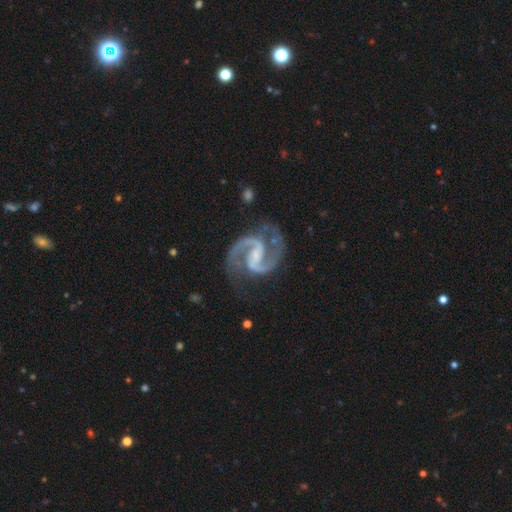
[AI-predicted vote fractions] Smooth or featured? featured or disk (95%)
Edge-on disk? no (99%)
Bar? weak (50%)
Spiral arms? yes (99%)
Spiral winding? medium (73%)
Spiral arm count? 2 (95%)
Bulge size? small (45%)
Merging? none (76%)